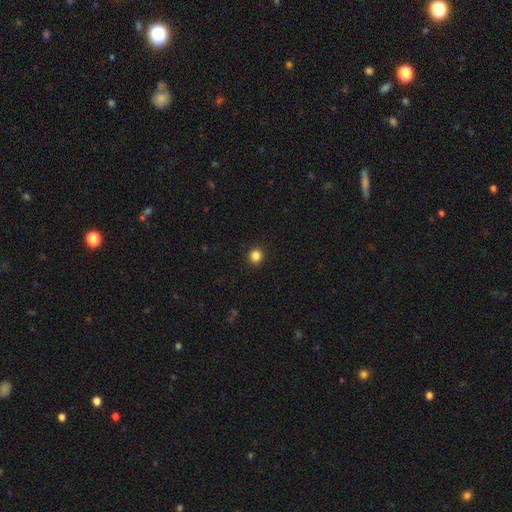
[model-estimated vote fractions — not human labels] smooth 84%, star or artifact 12%, featured or disk 4%. Down the decision tree: how rounded — round (91%); merging — none (93%).